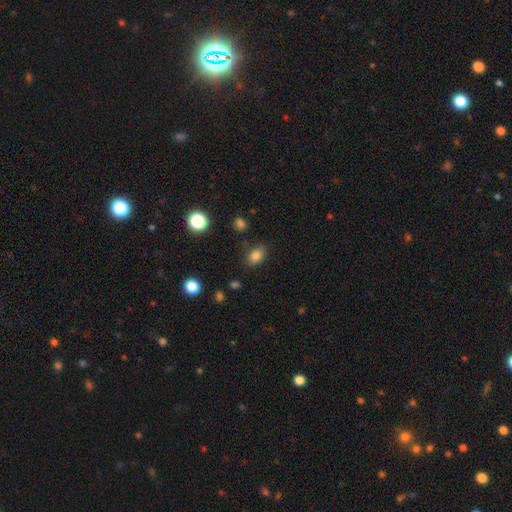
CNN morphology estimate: type=smooth (81%); roundness=in between (77%); merging=none (81%).